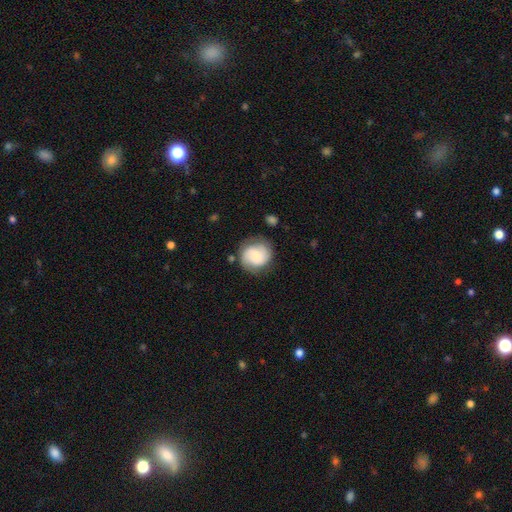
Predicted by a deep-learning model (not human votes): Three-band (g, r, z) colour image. It shows a featured or disk galaxy (50%). Merging: none (76%).